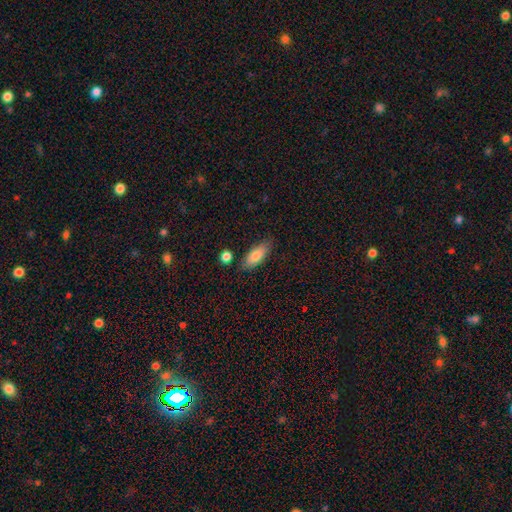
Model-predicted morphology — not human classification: This appears to be a smooth galaxy with no disk features (79%) that is in between round and cigar-shaped (74%). Merging: none (79%).